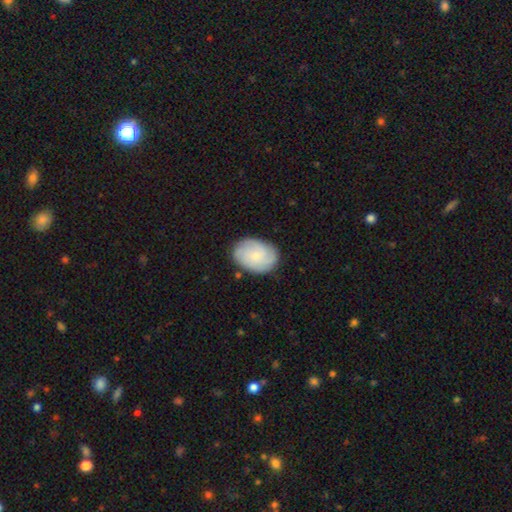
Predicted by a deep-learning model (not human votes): smooth 53%, featured or disk 41%, star or artifact 7%. Down the decision tree: how rounded — in between (79%); merging — none (81%).